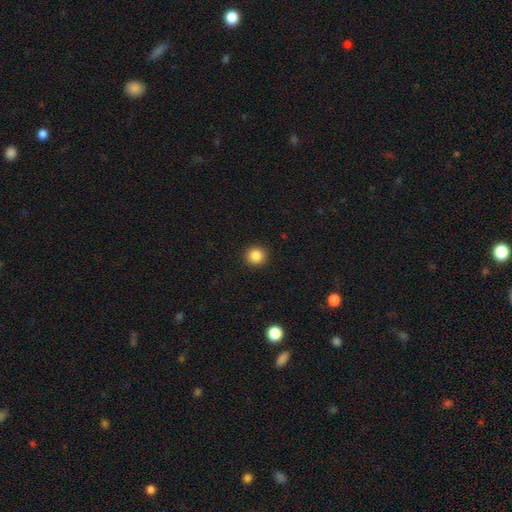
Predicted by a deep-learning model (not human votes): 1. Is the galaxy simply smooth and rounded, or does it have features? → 86% smooth, 10% star or artifact, 4% featured or disk.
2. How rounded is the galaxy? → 93% round, 6% in between, 1% cigar-shaped.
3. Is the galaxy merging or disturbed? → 93% none, 5% minor disturbance, 2% major disturbance, 1% merger.